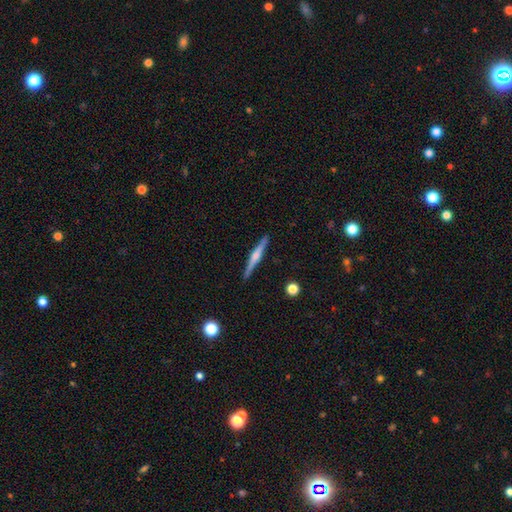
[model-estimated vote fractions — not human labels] smooth-or-featured: featured or disk: 70% | smooth: 24% | star or artifact: 6%
  disk-edge-on: yes: 98% | no: 2%
    edge-on-bulge: rounded: 70% | boxy: 20% | none: 11%
  merging: none: 91% | minor disturbance: 6% | major disturbance: 1% | merger: 1%